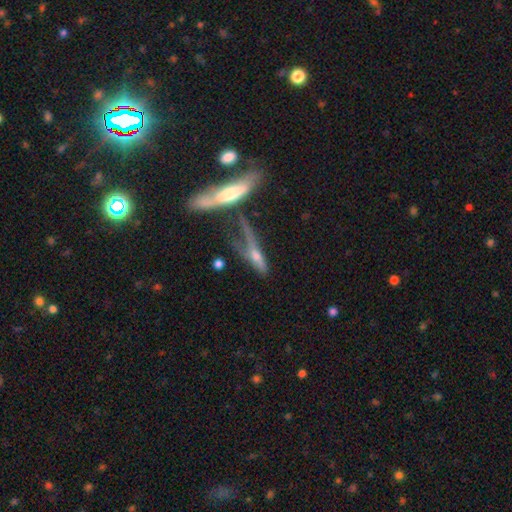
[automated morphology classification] smooth_or_featured: featured or disk (p=0.48) [alt: smooth p=0.40]
merging: merger (p=0.33) [alt: none p=0.31]